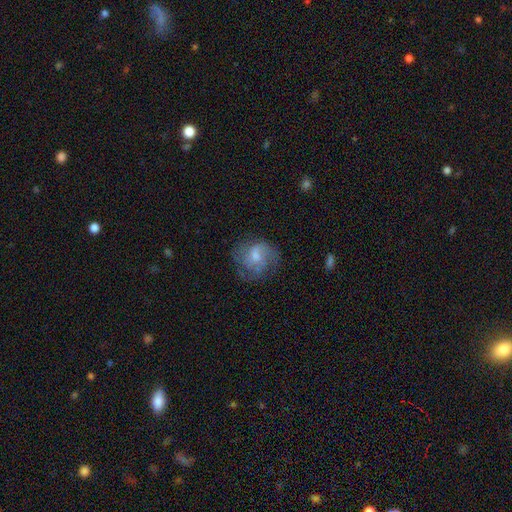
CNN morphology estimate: Q: Smooth or featured?
A: featured or disk (55%); runner-up: smooth (36%)
Q: Edge-on disk?
A: no (98%); runner-up: yes (2%)
Q: Bar?
A: no (46%); tied with: weak (46%)
Q: Spiral arms?
A: yes (76%); runner-up: no (24%)
Q: Bulge size?
A: moderate (43%); runner-up: small (34%)
Q: Merging?
A: none (58%); runner-up: minor disturbance (22%)